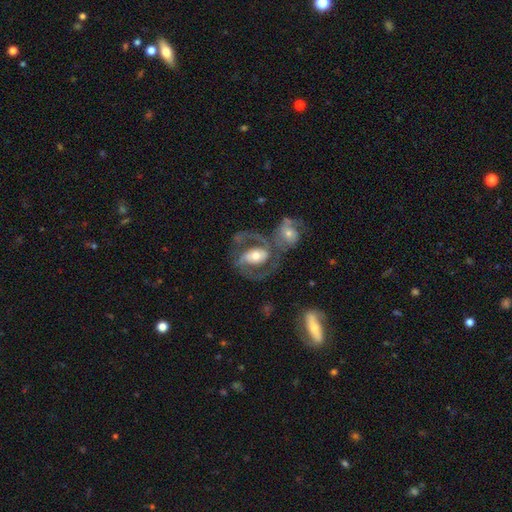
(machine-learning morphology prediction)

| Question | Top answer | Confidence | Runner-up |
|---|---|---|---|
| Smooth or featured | featured or disk | 84% | smooth (11%) |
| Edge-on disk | no | 97% | yes (3%) |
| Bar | strong | 34% | no (33%) |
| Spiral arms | yes | 90% | no (10%) |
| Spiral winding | medium | 57% | tight (25%) |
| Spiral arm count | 2 | 90% | can't tell (4%) |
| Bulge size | moderate | 63% | small (21%) |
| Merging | none | 48% | merger (29%) |